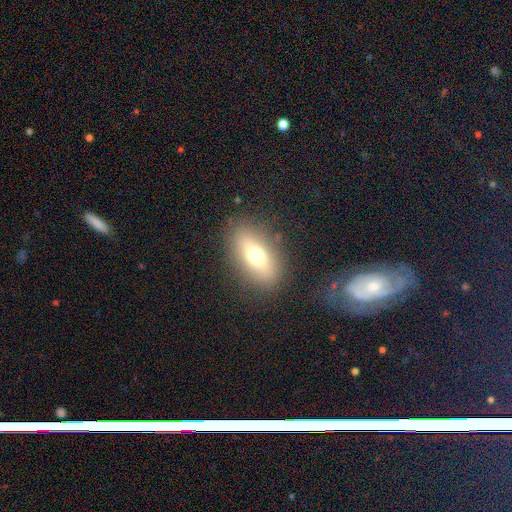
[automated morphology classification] Overall: smooth (63%; featured or disk 27%). How rounded: in between (79%). Merging: none (84%).